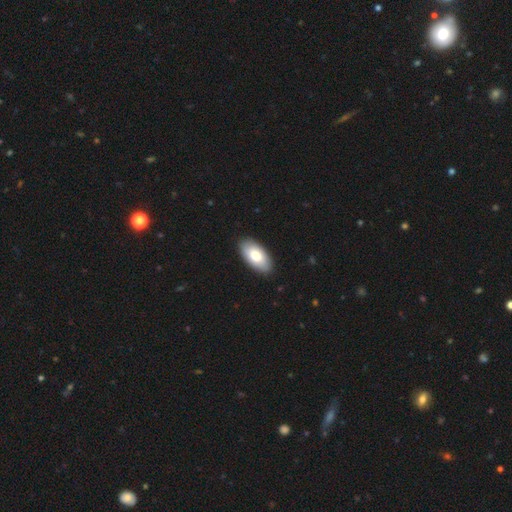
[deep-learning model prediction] This appears to be a smooth galaxy with no disk features (75%) that is in between round and cigar-shaped (95%). Merging: none (90%).